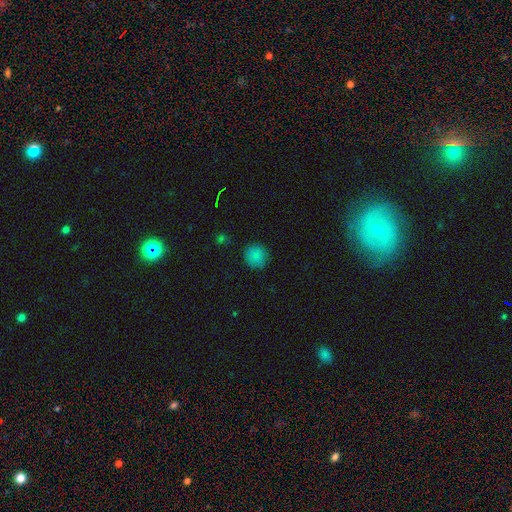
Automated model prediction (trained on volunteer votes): A smooth galaxy with no disk features (83%) that is round (92%).

Vote fractions:
- Smooth or featured? smooth: 83% / star or artifact: 13% / featured or disk: 4%
- How rounded? round: 92% / in between: 7% / cigar-shaped: 1%
- Merging? none: 87% / minor disturbance: 9% / major disturbance: 2% / merger: 1%